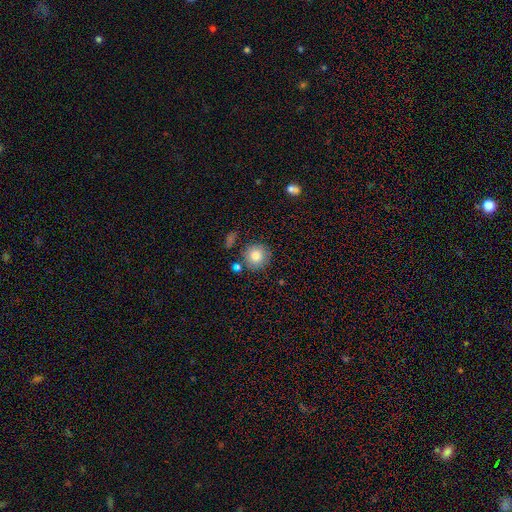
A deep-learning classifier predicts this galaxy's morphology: The model was most divided on "merging": none: 80%, minor disturbance: 11%, merger: 6%, major disturbance: 3%. More confident: how rounded — round (91%); smooth or featured — smooth (82%).